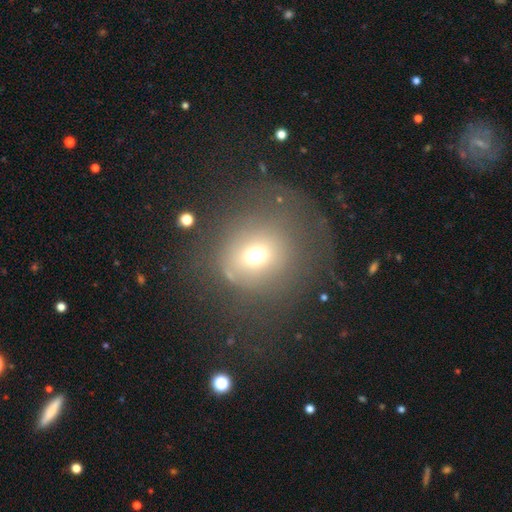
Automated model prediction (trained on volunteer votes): Morphology: type=smooth (64%); roundness=round (84%); merging=none (63%).